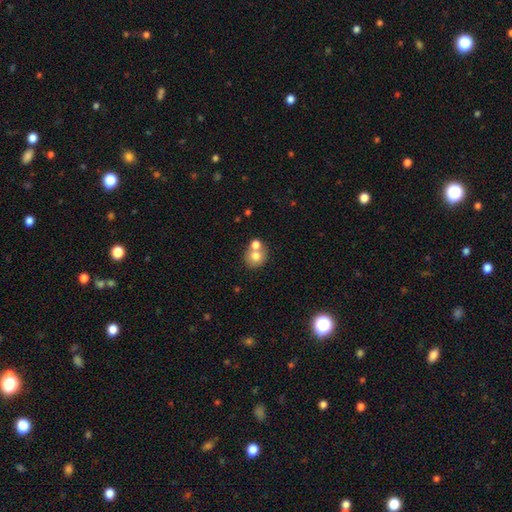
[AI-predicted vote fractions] Smooth or featured? Predicted: smooth (p=0.73). How rounded? Predicted: round (p=0.80). Merging? Predicted: none (p=0.48).